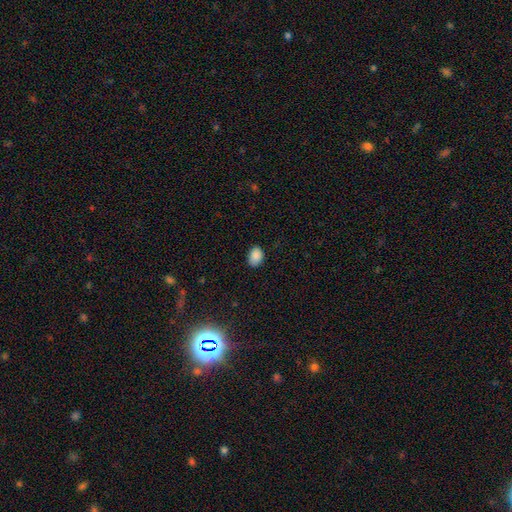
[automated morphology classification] This is clearly a smooth galaxy (88%). How rounded: likely in between (77%). Merging: clearly none (82%).